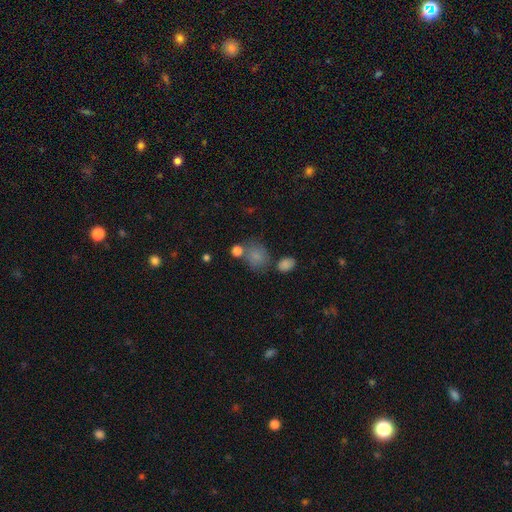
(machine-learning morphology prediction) Q: Smooth or featured?
A: smooth (80%); runner-up: star or artifact (11%)
Q: How rounded?
A: round (61%); runner-up: in between (38%)
Q: Merging?
A: none (56%); runner-up: minor disturbance (18%)